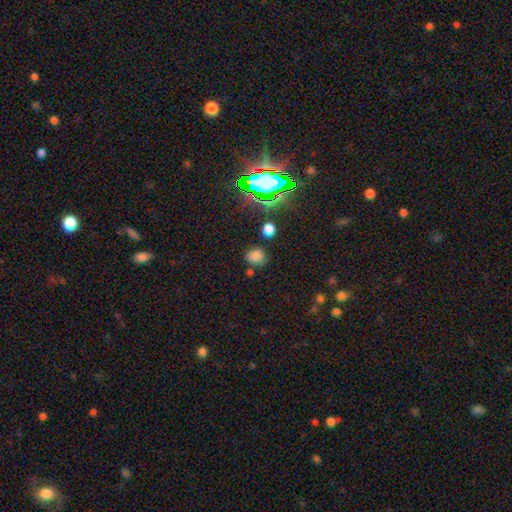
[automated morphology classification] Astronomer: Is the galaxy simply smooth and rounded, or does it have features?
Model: smooth — 71%.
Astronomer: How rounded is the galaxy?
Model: round — 65%.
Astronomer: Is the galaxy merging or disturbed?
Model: none — 76%.